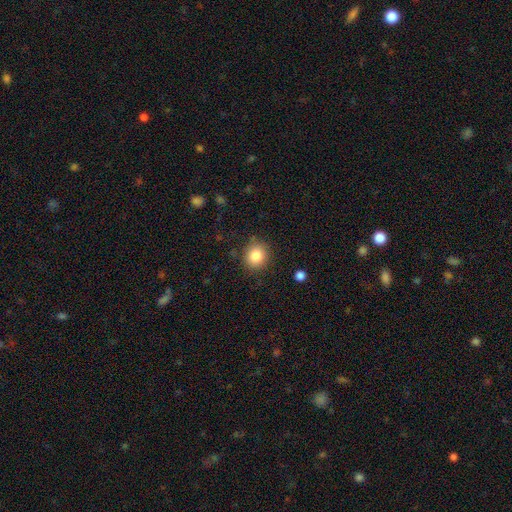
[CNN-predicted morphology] A smooth galaxy with no disk features (85%) that is round (75%). Merging: none (85%).